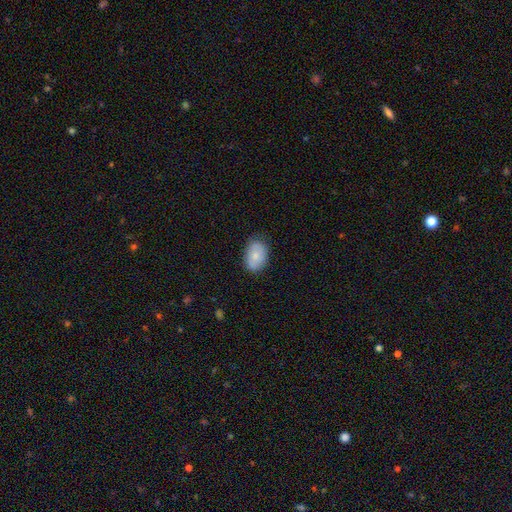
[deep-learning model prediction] smooth-or-featured: smooth: 77% | featured or disk: 16% | star or artifact: 6%
  how-rounded: in between: 85% | round: 14% | cigar-shaped: 1%
  merging: none: 77% | minor disturbance: 18% | major disturbance: 3% | merger: 1%